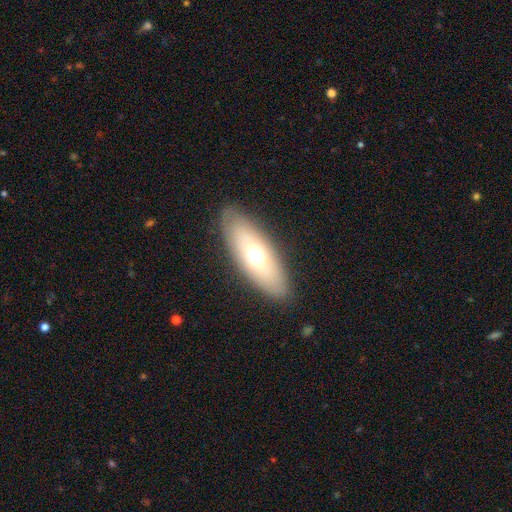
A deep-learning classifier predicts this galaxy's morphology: A smooth galaxy with no disk features (59%) that is in between round and cigar-shaped (73%).

Vote fractions:
- Smooth or featured? smooth: 59% / featured or disk: 33% / star or artifact: 9%
- How rounded? in between: 73% / cigar-shaped: 23% / round: 5%
- Merging? none: 86% / minor disturbance: 9% / major disturbance: 4% / merger: 1%